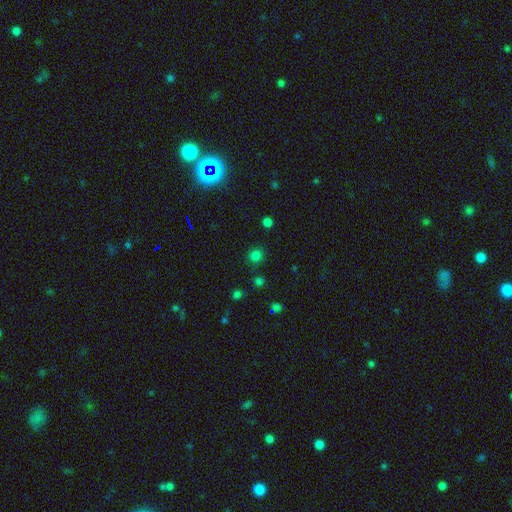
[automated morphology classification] A smooth galaxy with no disk features (76%) that is round (90%). Merging: none (85%).